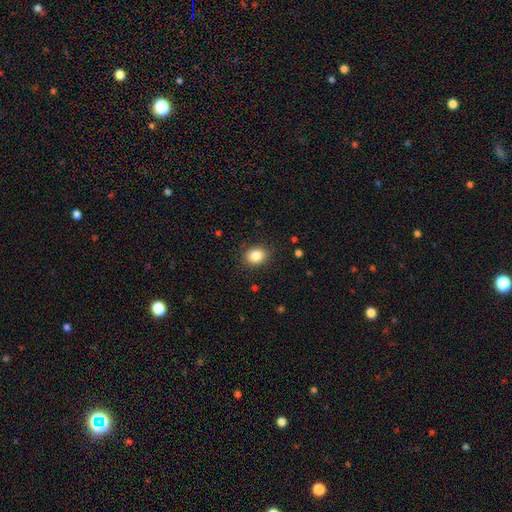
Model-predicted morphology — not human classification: A smooth galaxy with no disk features (85%) that is round (56%). Merging: none (88%).